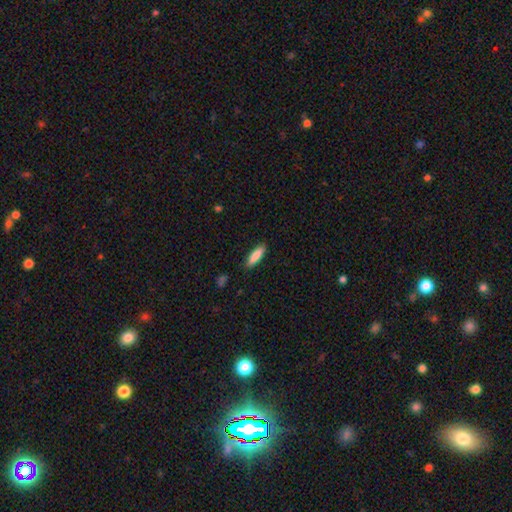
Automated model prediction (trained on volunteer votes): Smooth or featured?
  - smooth: 85% *
  - featured or disk: 9%
  - star or artifact: 6%
How rounded?
  - cigar-shaped: 63% *
  - in between: 36%
  - round: 1%
Merging?
  - none: 88% *
  - minor disturbance: 9%
  - major disturbance: 2%
  - merger: 1%